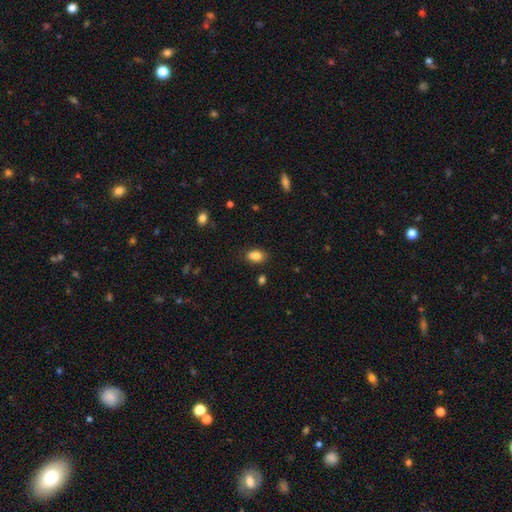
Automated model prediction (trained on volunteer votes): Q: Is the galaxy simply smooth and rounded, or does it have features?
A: smooth — 84%.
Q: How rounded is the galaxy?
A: in between — 84%.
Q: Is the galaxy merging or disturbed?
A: none — 76%.